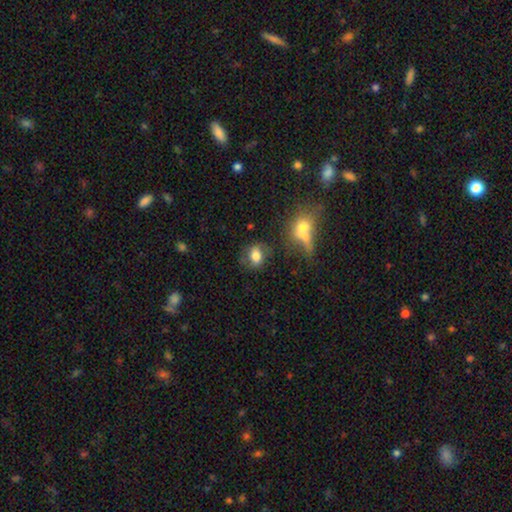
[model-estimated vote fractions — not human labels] smooth 73%, featured or disk 18%, star or artifact 9%. Down the decision tree: how rounded — in between (60%); merging — none (62%).